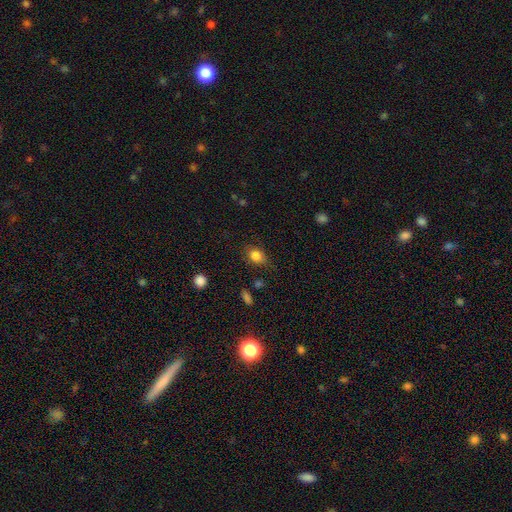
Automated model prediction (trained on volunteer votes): A smooth galaxy with no disk features (82%) that is in between round and cigar-shaped (62%). Merging: none (74%).